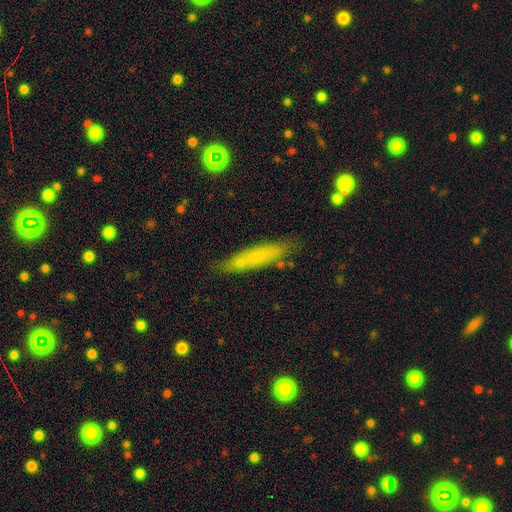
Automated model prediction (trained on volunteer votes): Q: Smooth or featured?
A: smooth (69%); runner-up: featured or disk (22%)
Q: How rounded?
A: cigar-shaped (72%); runner-up: in between (26%)
Q: Merging?
A: none (77%); runner-up: minor disturbance (14%)